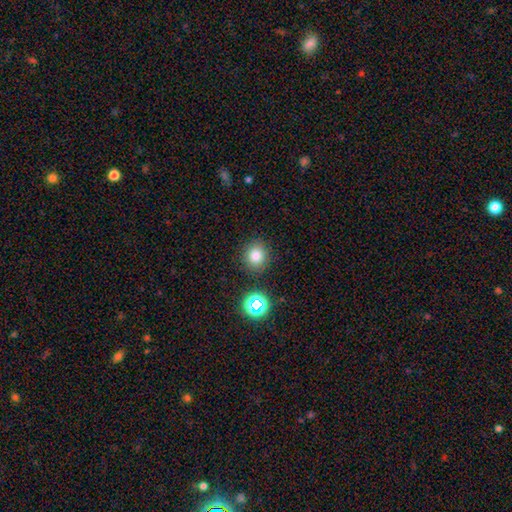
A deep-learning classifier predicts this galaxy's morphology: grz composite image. It shows a smooth galaxy with no disk features (77%) that is round (86%). Merging: none (86%).